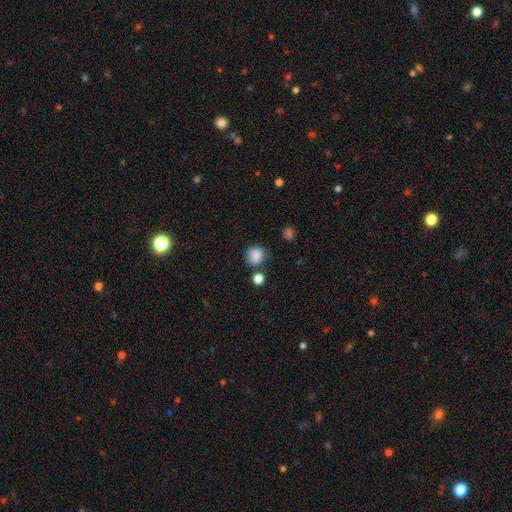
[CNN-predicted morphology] Smooth or featured? Predicted: smooth (p=0.85). How rounded? Predicted: round (p=0.79). Merging? Predicted: none (p=0.71).